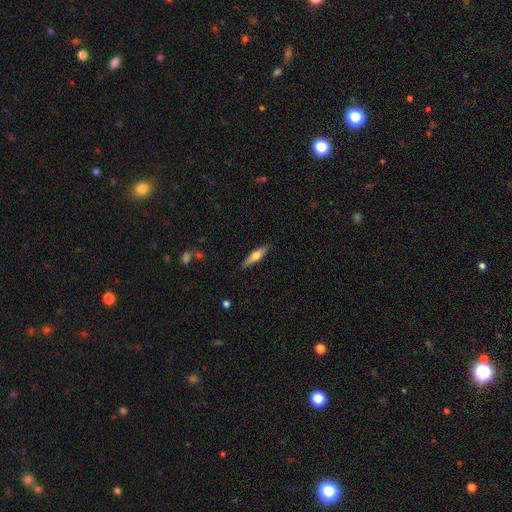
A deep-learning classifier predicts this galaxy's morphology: smooth-or-featured: smooth: 54% | featured or disk: 41% | star or artifact: 6%
  how-rounded: cigar-shaped: 74% | in between: 24% | round: 2%
  merging: none: 88% | minor disturbance: 9% | major disturbance: 2% | merger: 1%